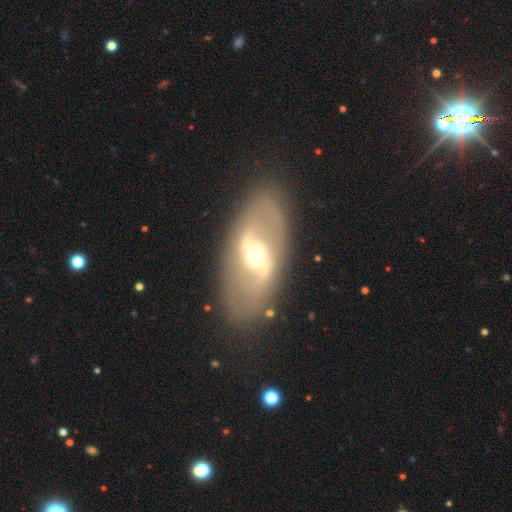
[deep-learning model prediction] Smooth or featured? featured or disk (71%)
Edge-on disk? no (87%)
Bar? strong (49%)
Spiral arms? no (61%)
Bulge size? moderate (65%)
Merging? none (82%)